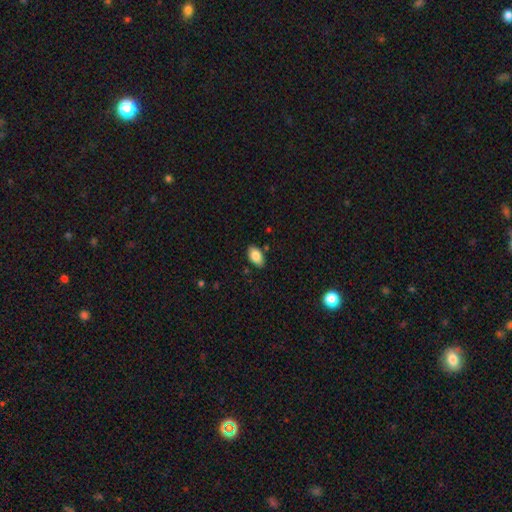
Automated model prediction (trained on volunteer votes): This appears to be a smooth galaxy with no disk features (86%) that is in between round and cigar-shaped (93%). Merging: none (84%).